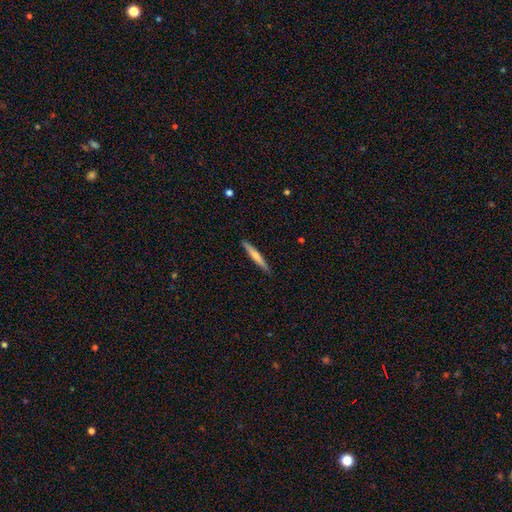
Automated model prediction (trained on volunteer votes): This is likely a smooth galaxy (61%). How rounded: clearly cigar-shaped (95%). Merging: clearly none (90%).